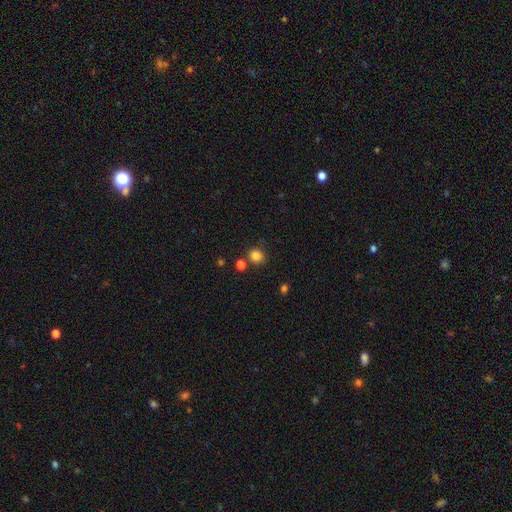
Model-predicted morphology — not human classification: smooth_or_featured: smooth (p=0.83) [alt: star or artifact p=0.13]
how_rounded: round (p=0.83) [alt: in between p=0.16]
merging: none (p=0.79) [alt: minor disturbance p=0.09]